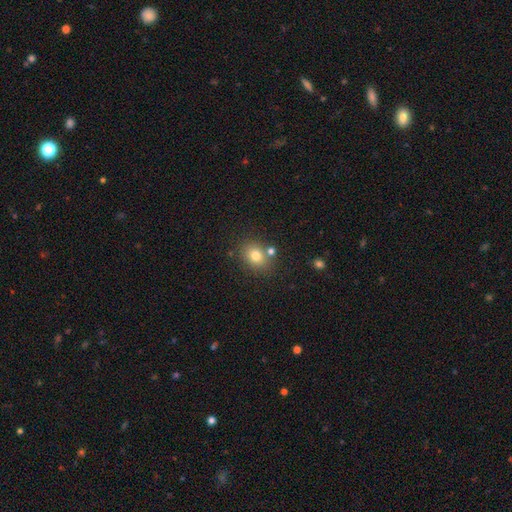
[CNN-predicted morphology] Smooth or featured? smooth (78%)
How rounded? round (52%)
Merging? none (73%)